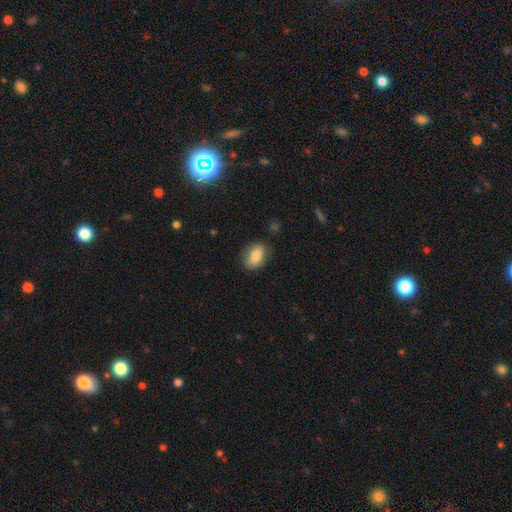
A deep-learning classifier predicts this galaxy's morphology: Smooth or featured: smooth — 84% (featured or disk — 8%)
How rounded: in between — 84% (round — 14%)
Merging: none — 81% (minor disturbance — 14%)